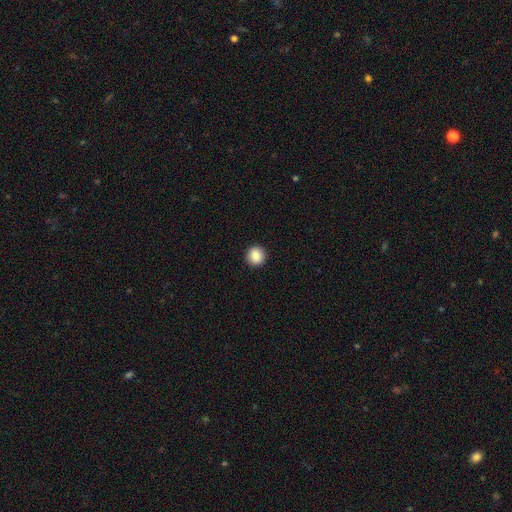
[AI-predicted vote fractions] Smooth or featured: smooth — 85% (star or artifact — 9%)
How rounded: round — 93% (in between — 6%)
Merging: none — 93% (minor disturbance — 5%)